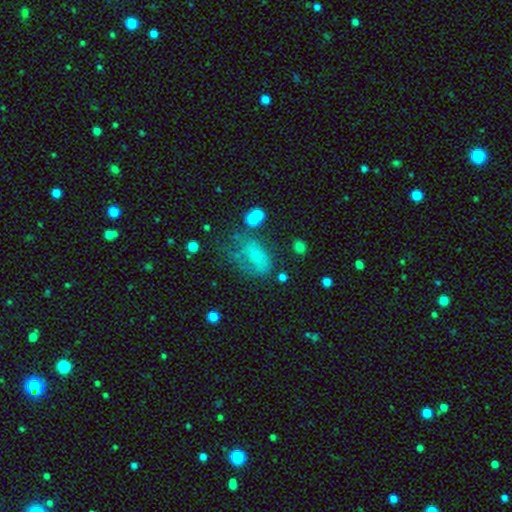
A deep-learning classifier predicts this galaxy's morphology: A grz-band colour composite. It shows a smooth galaxy with no disk features (61%) that is in between round and cigar-shaped (85%). Merging: major disturbance (37%).